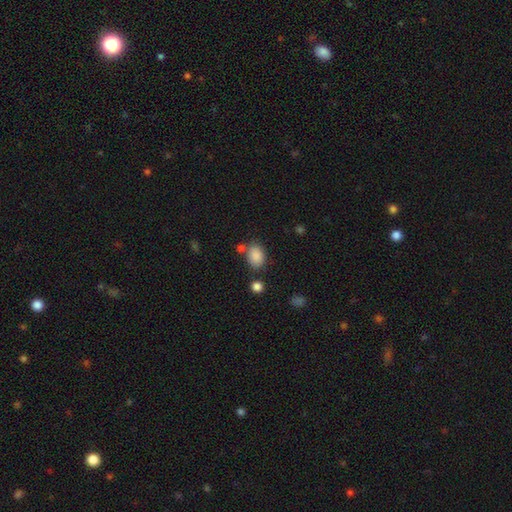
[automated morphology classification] This is clearly a smooth galaxy (87%). How rounded: likely in between (76%). Merging: likely none (70%).